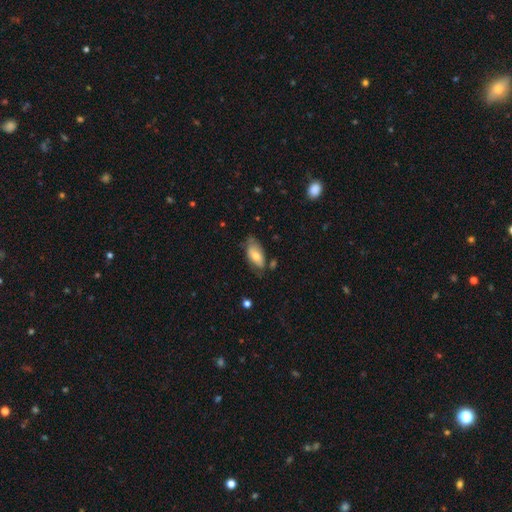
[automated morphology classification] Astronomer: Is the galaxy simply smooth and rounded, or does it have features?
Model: smooth — 63%.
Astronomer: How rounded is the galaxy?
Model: in between — 91%.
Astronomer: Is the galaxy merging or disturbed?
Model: none — 55% (runner-up: minor disturbance, 31%).